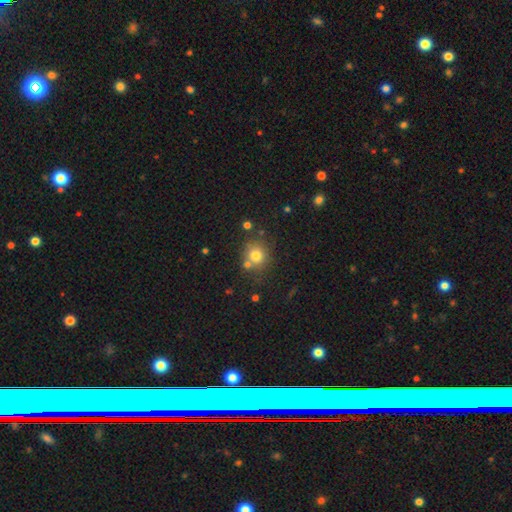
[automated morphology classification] Smooth or featured?
  - smooth: 76% *
  - star or artifact: 14%
  - featured or disk: 10%
How rounded?
  - round: 86% *
  - in between: 13%
  - cigar-shaped: 1%
Merging?
  - none: 71% *
  - merger: 14%
  - minor disturbance: 11%
  - major disturbance: 4%